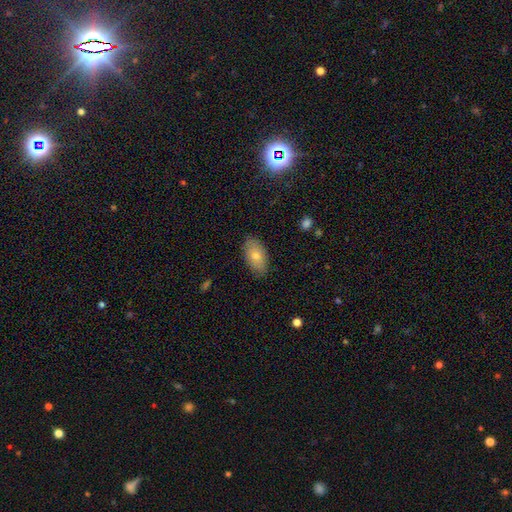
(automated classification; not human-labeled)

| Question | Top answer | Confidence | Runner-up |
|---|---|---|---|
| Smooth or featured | smooth | 70% | featured or disk (18%) |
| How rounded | in between | 92% | round (5%) |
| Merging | none | 86% | minor disturbance (11%) |